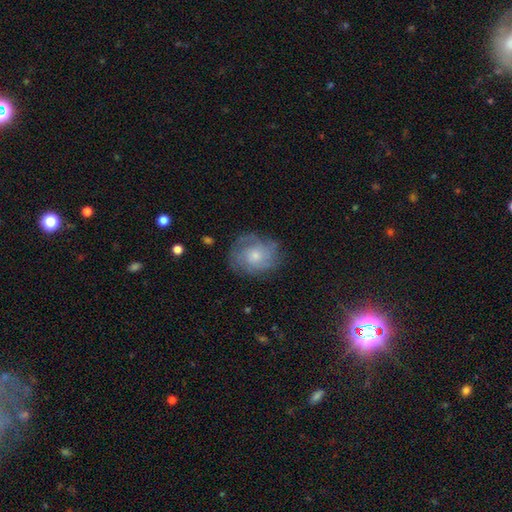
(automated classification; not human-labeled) Smooth or featured? Predicted: featured or disk (p=0.59). Edge-on disk? Predicted: no (p=0.97). Bar? Predicted: no (p=0.81). Spiral arms? Predicted: yes (p=0.85). Bulge size? Predicted: small (p=0.53). Merging? Predicted: none (p=0.73).